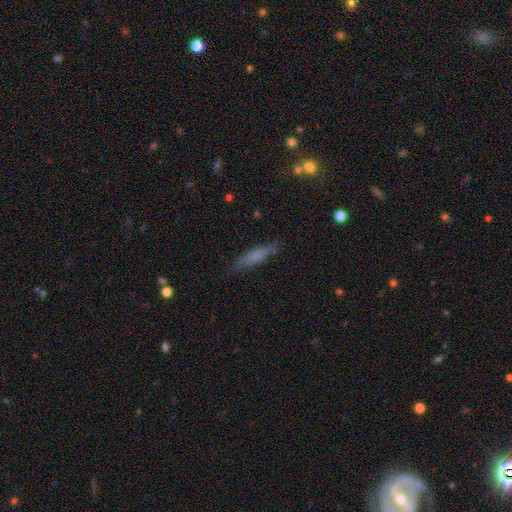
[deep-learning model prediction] smooth 67%, featured or disk 25%, star or artifact 8%. Down the decision tree: how rounded — cigar-shaped (83%); merging — none (84%).